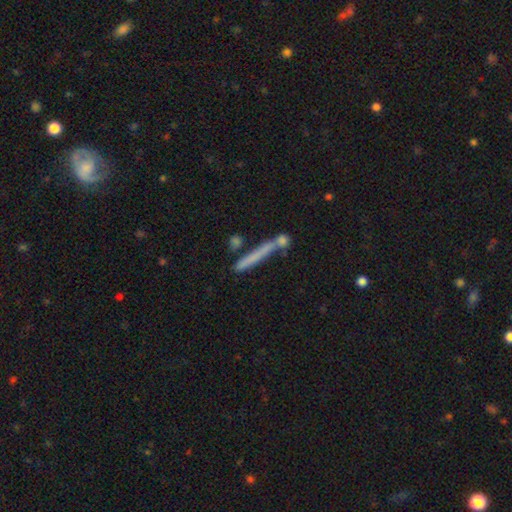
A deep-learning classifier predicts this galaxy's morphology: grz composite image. It shows a smooth galaxy with no disk features (59%) that is cigar-shaped (94%). Merging: none (68%).